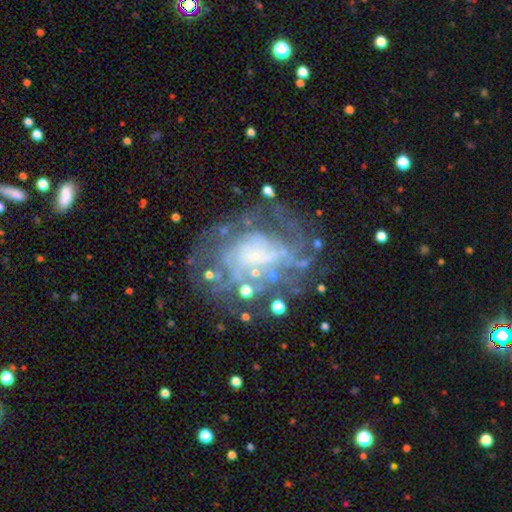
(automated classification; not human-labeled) Overall: featured or disk (78%). Edge-on disk: no (97%). Bar: no (73%). Spiral arms: yes (76%). Spiral arm count: can't tell (48%; 3 12%). Spiral winding: tight (54%; medium 30%). Bulge size: small (48%; none 34%). Merging: none (56%; major disturbance 21%).